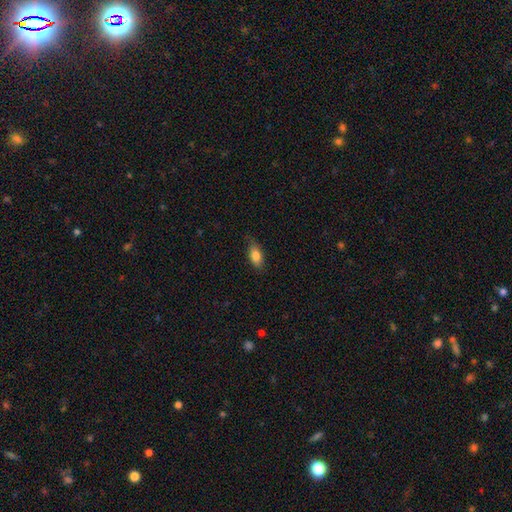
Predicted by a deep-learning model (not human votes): Smooth or featured?
  - smooth: 81% *
  - featured or disk: 11%
  - star or artifact: 7%
How rounded?
  - in between: 86% *
  - cigar-shaped: 10%
  - round: 4%
Merging?
  - none: 73% *
  - minor disturbance: 22%
  - major disturbance: 5%
  - merger: 1%